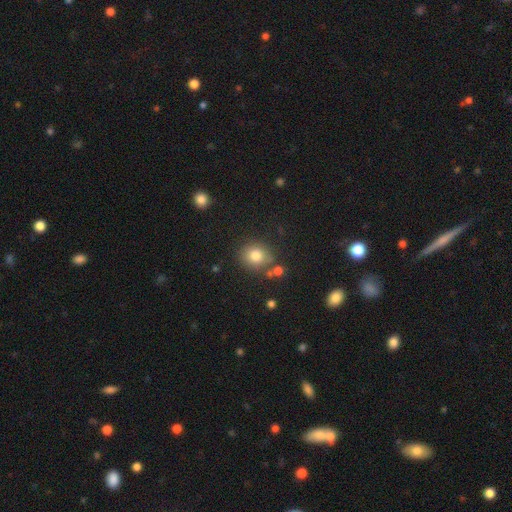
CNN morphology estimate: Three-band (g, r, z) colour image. It shows a smooth galaxy with no disk features (79%) that is round (76%). Merging: none (74%).